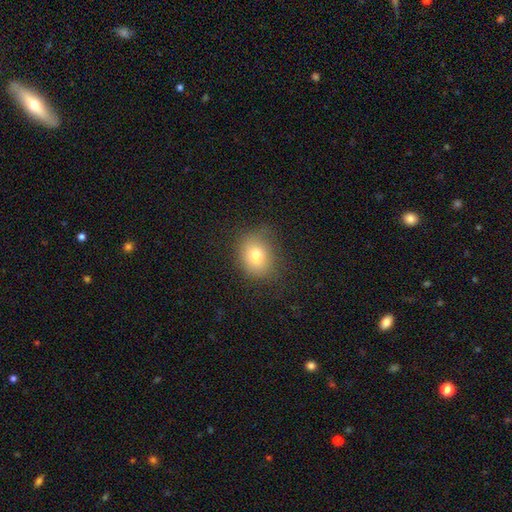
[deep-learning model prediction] This is likely a smooth galaxy (76%). How rounded: possibly round (57%). Merging: likely none (74%).